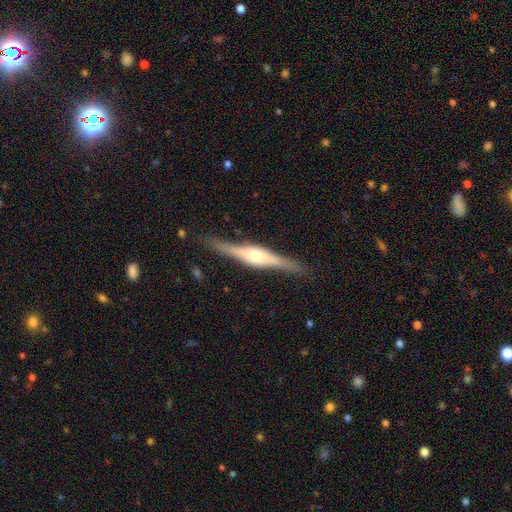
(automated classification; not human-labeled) A featured or disk galaxy (82%) viewed edge-on (97%) with a rounded central bulge (80%). Merging: none (87%).